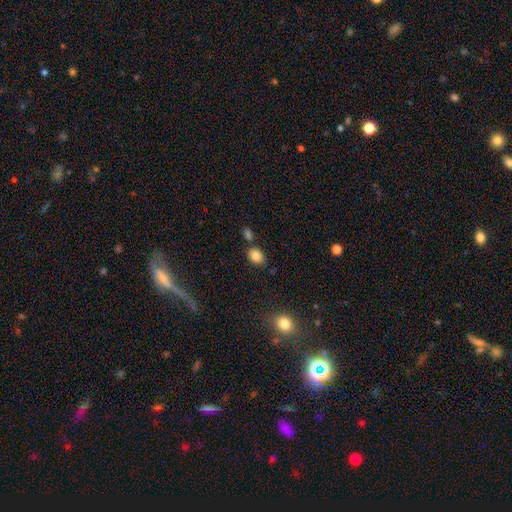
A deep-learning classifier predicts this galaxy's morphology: smooth_or_featured: smooth (p=0.84) [alt: star or artifact p=0.10]
how_rounded: in between (p=0.68) [alt: round p=0.31]
merging: none (p=0.75) [alt: minor disturbance p=0.11]